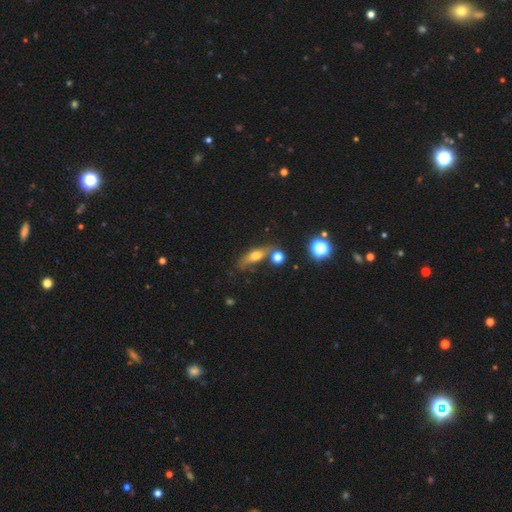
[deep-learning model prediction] This is possibly a smooth galaxy (58%). How rounded: possibly in between (50%). Merging: possibly none (55%).